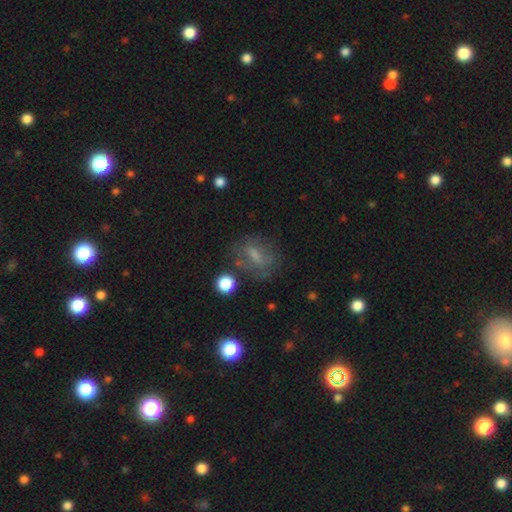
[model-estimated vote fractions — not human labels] Smooth or featured? smooth (50%)
How rounded? in between (65%)
Merging? none (61%)